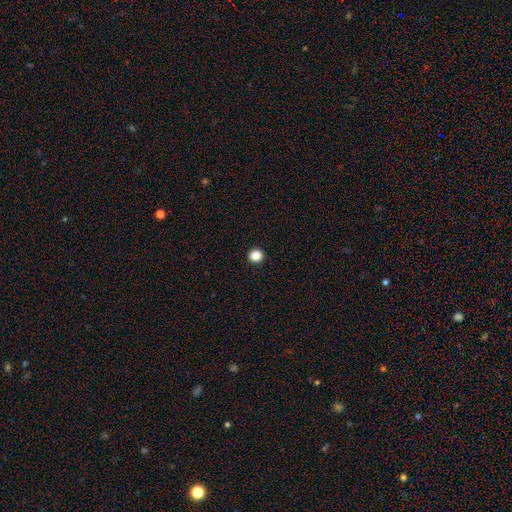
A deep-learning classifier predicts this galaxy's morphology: type=smooth (87%); roundness=round (93%); merging=none (94%).